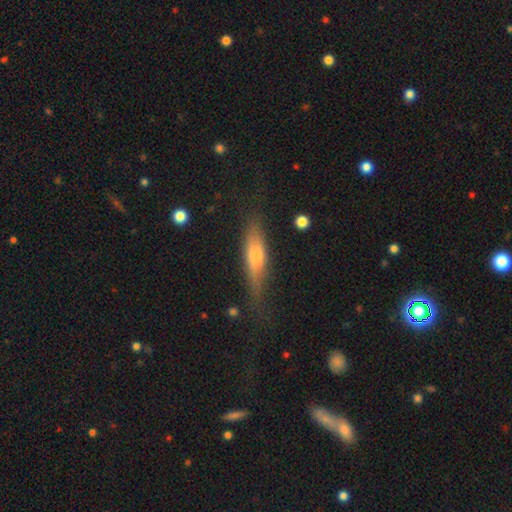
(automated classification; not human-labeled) Smooth or featured: smooth — 54% (featured or disk — 39%)
How rounded: cigar-shaped — 64% (in between — 33%)
Merging: none — 65% (minor disturbance — 23%)